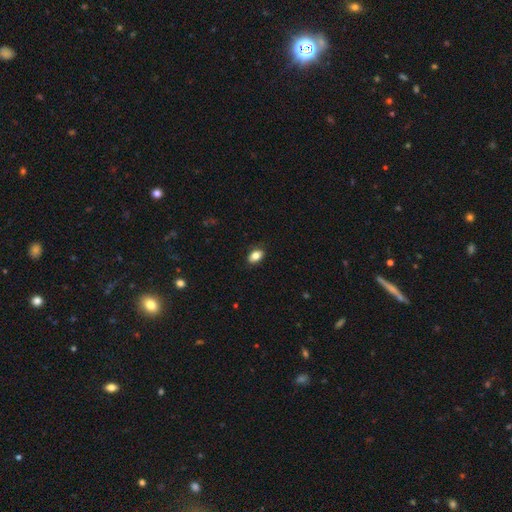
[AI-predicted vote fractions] Morphology: type=smooth (81%); roundness=in between (88%); merging=none (86%).